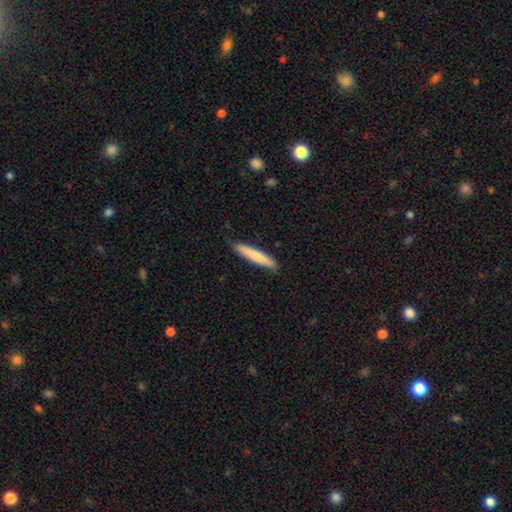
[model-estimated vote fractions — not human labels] smooth 76%, featured or disk 18%, star or artifact 5%. Down the decision tree: how rounded — cigar-shaped (91%); merging — none (88%).